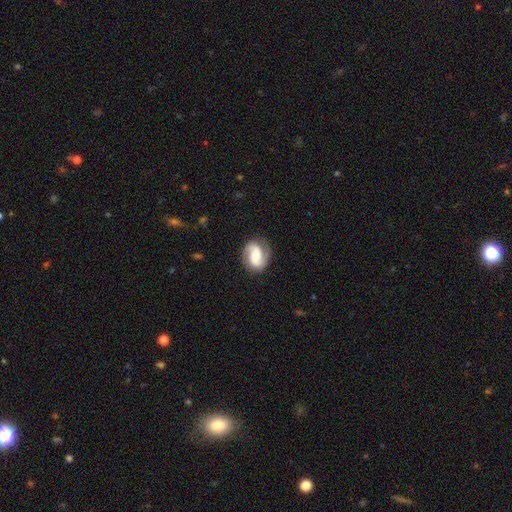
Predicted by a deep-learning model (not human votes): A featured or disk galaxy (78%) with a weak bar (41%), 2 (90%) medium (47%) spiral arms (95%) and a moderate central bulge (51%). Merging: none (81%).